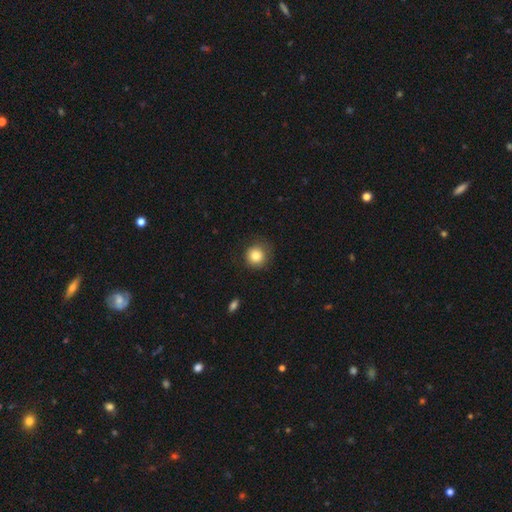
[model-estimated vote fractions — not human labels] Q: Smooth or featured?
A: smooth (83%); runner-up: star or artifact (10%)
Q: How rounded?
A: round (92%); runner-up: in between (7%)
Q: Merging?
A: none (80%); runner-up: minor disturbance (14%)